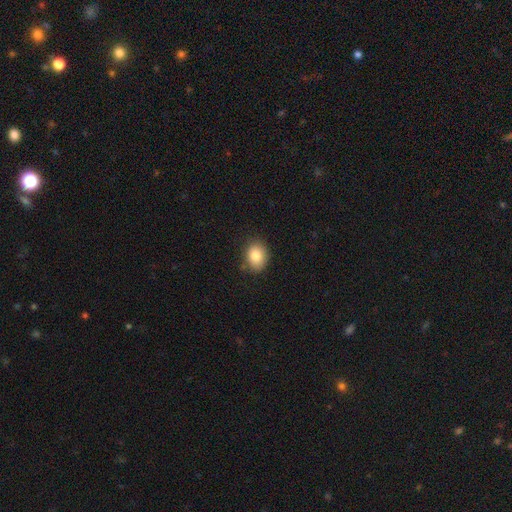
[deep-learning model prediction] Smooth or featured: smooth — 84% (star or artifact — 9%)
How rounded: in between — 57% (round — 42%)
Merging: none — 81% (minor disturbance — 14%)